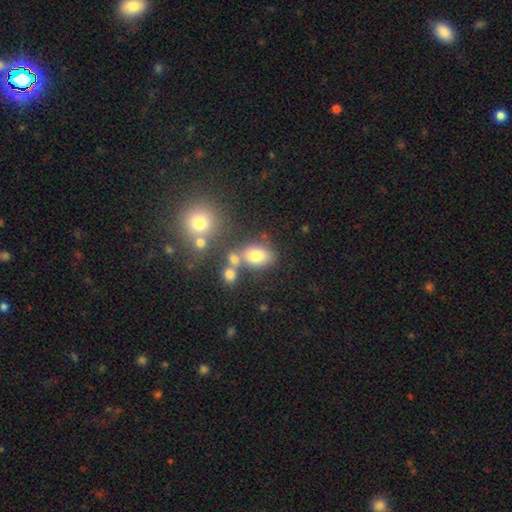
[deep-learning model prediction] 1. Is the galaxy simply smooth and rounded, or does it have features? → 75% smooth, 13% star or artifact, 12% featured or disk.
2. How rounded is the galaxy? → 65% in between, 33% round, 2% cigar-shaped.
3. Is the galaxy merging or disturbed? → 55% none, 23% merger, 15% minor disturbance, 7% major disturbance.